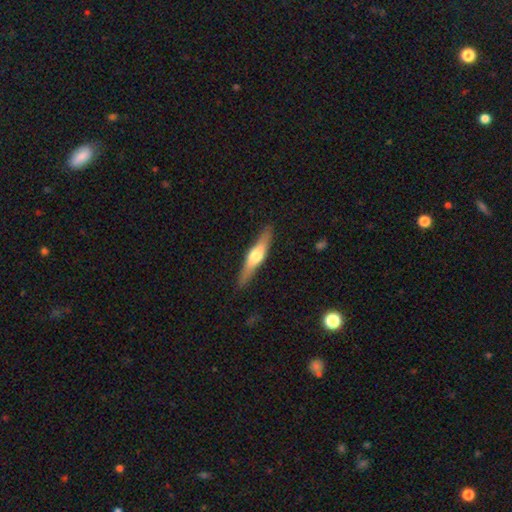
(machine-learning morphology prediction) Smooth or featured? Predicted: featured or disk (p=0.56). Edge-on disk? Predicted: yes (p=0.93). Edge-on bulge? Predicted: rounded (p=0.91). Merging? Predicted: none (p=0.87).